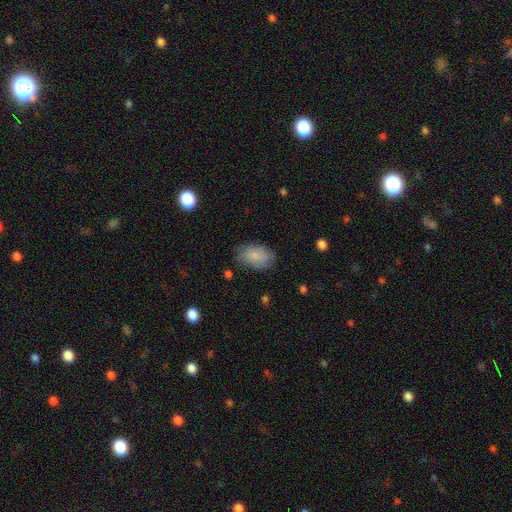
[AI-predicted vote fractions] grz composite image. It shows a smooth galaxy with no disk features (83%) that is in between round and cigar-shaped (91%). Merging: none (77%).